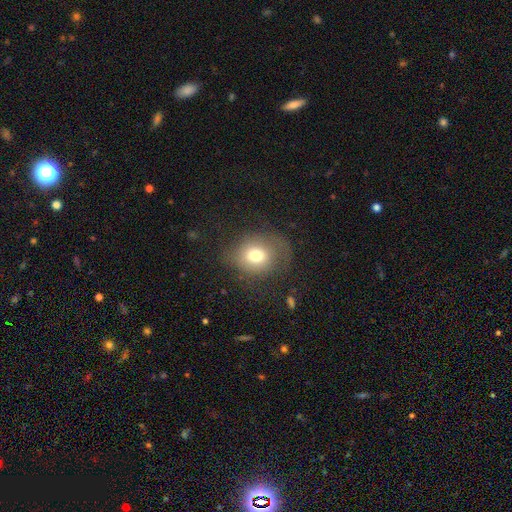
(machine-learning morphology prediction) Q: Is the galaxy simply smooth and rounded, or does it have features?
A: smooth — 70%.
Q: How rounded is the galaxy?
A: round — 68%.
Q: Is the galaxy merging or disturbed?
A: none — 57%.